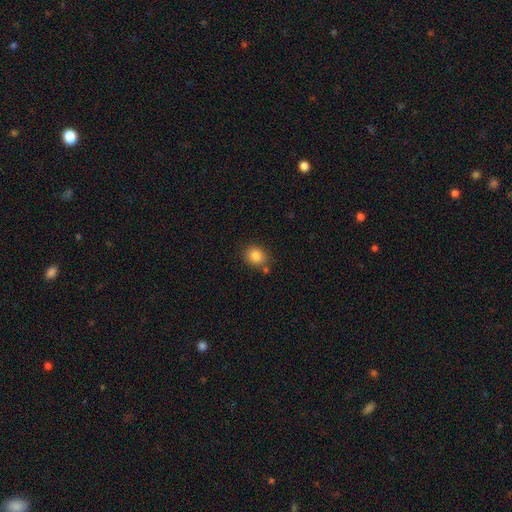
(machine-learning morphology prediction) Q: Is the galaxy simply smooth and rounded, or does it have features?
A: smooth — 84%.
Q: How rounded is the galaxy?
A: round — 66%.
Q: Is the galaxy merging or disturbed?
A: none — 78%.